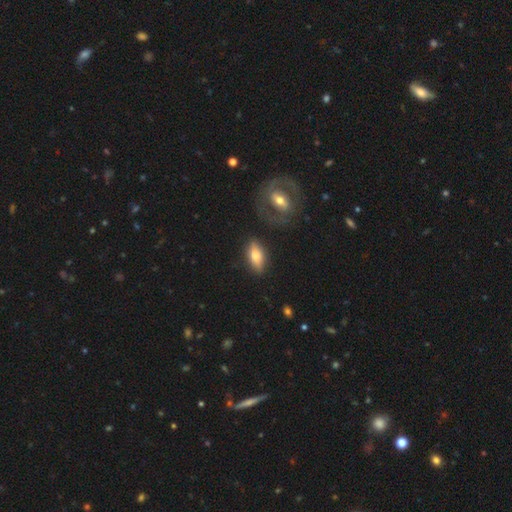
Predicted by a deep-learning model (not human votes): smooth_or_featured: smooth (p=0.67) [alt: featured or disk p=0.26]
how_rounded: in between (p=0.79) [alt: cigar-shaped p=0.17]
merging: none (p=0.82) [alt: minor disturbance p=0.12]